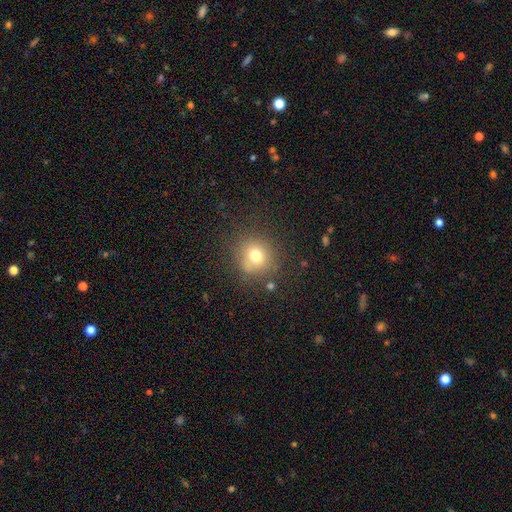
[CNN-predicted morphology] smooth_or_featured: smooth (p=0.72) [alt: star or artifact p=0.16]
how_rounded: round (p=0.89) [alt: in between p=0.10]
merging: none (p=0.78) [alt: minor disturbance p=0.13]